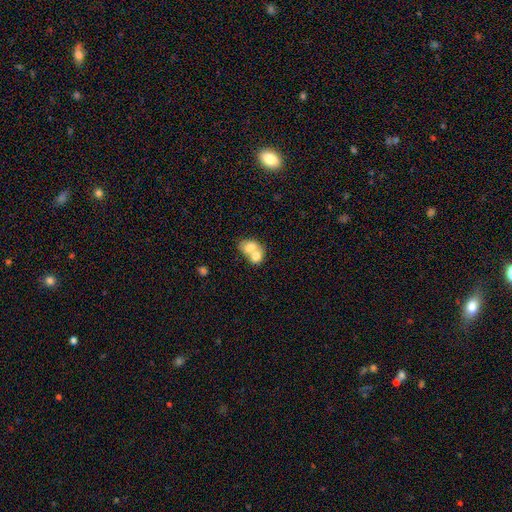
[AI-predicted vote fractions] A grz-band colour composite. It shows a smooth galaxy with no disk features (71%) that is in between round and cigar-shaped (55%). Merging: merger (76%).